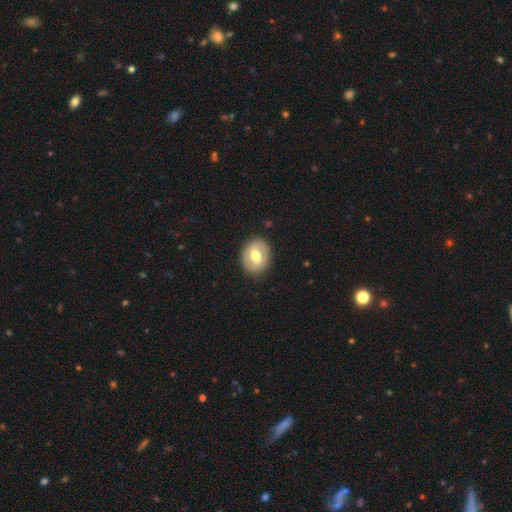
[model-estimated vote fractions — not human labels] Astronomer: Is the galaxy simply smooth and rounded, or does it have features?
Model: featured or disk — 49% (runner-up: smooth, 45%).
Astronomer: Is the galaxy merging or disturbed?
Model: none — 86%.